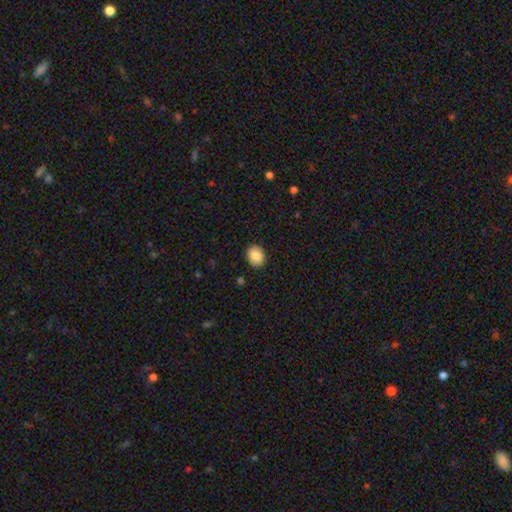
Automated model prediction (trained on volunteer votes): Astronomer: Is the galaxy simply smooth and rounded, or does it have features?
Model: smooth — 88%.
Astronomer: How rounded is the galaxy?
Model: in between — 53% (runner-up: round, 47%).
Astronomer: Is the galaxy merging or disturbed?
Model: none — 89%.